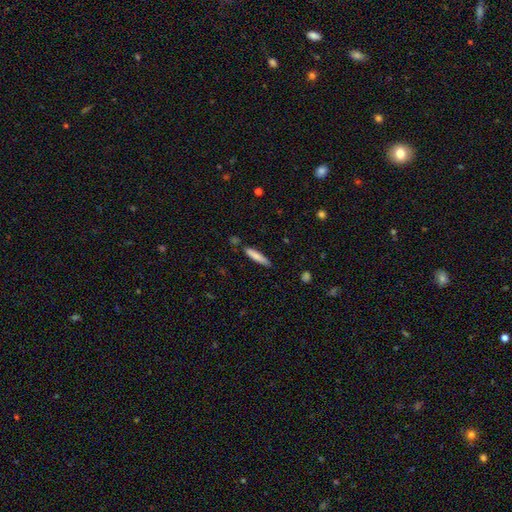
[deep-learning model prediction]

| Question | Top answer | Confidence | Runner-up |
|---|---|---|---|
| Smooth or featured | smooth | 78% | featured or disk (16%) |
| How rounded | cigar-shaped | 87% | in between (12%) |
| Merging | none | 81% | minor disturbance (14%) |